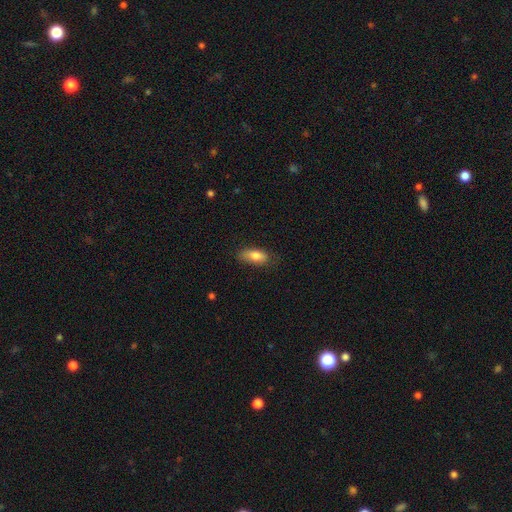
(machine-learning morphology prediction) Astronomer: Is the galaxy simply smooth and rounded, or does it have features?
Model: smooth — 79%.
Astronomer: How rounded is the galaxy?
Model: in between — 80%.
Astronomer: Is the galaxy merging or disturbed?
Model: none — 73%.